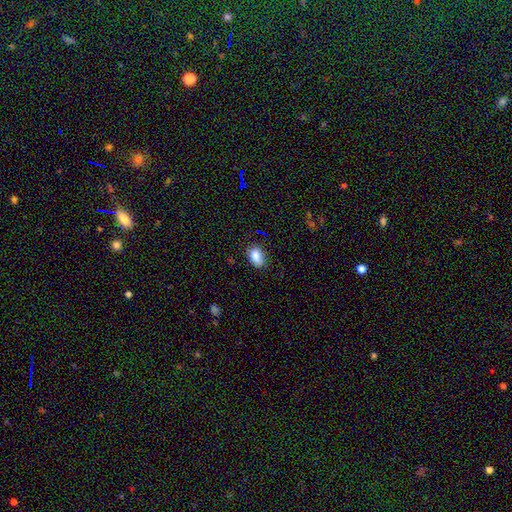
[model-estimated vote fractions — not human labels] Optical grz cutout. It shows a smooth galaxy with no disk features (86%) that is in between round and cigar-shaped (85%). Merging: none (75%).